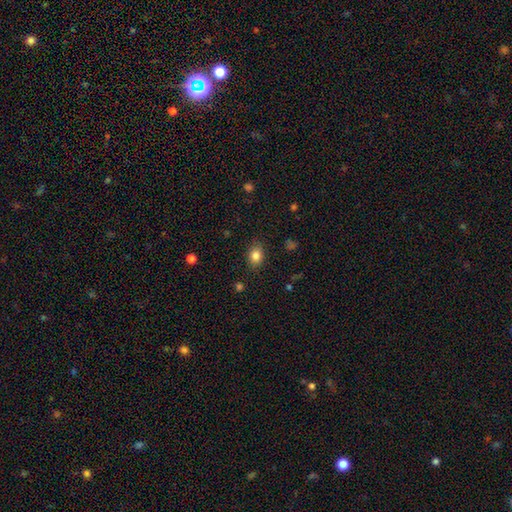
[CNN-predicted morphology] smooth_or_featured: smooth (p=0.83) [alt: star or artifact p=0.10]
how_rounded: in between (p=0.62) [alt: round p=0.36]
merging: none (p=0.85) [alt: minor disturbance p=0.11]